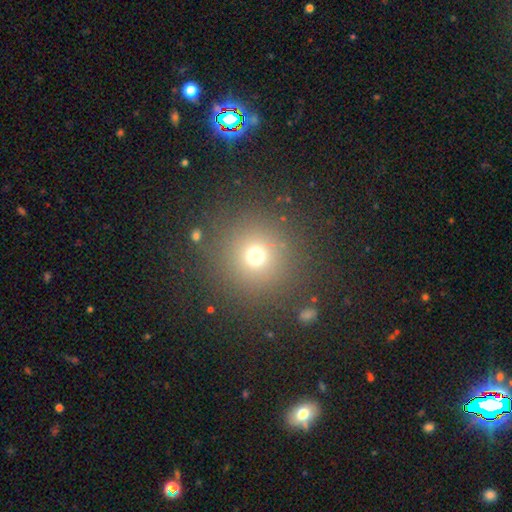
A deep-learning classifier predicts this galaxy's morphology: Smooth or featured?
  - smooth: 70% *
  - star or artifact: 22%
  - featured or disk: 9%
How rounded?
  - round: 94% *
  - in between: 6%
  - cigar-shaped: 1%
Merging?
  - none: 85% *
  - minor disturbance: 8%
  - major disturbance: 5%
  - merger: 3%